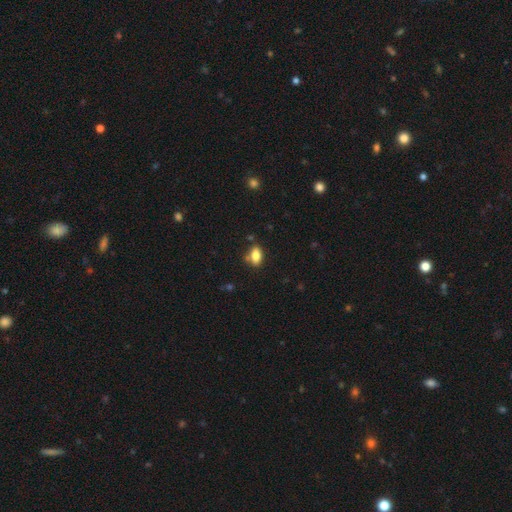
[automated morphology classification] Q: Smooth or featured?
A: smooth (82%); runner-up: featured or disk (9%)
Q: How rounded?
A: in between (88%); runner-up: round (8%)
Q: Merging?
A: none (73%); runner-up: minor disturbance (16%)